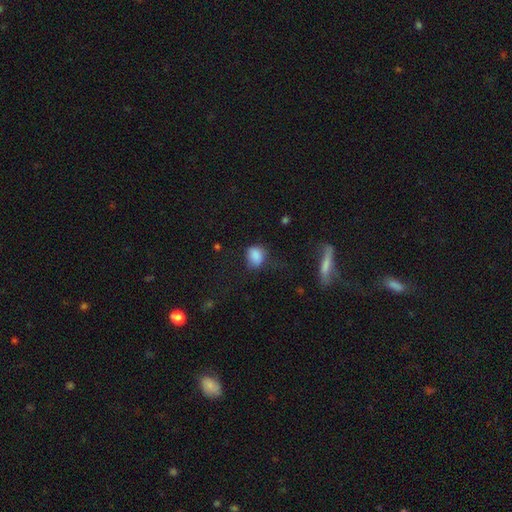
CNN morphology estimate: Smooth or featured: smooth — 84% (star or artifact — 9%)
How rounded: in between — 58% (round — 41%)
Merging: none — 56% (minor disturbance — 28%)